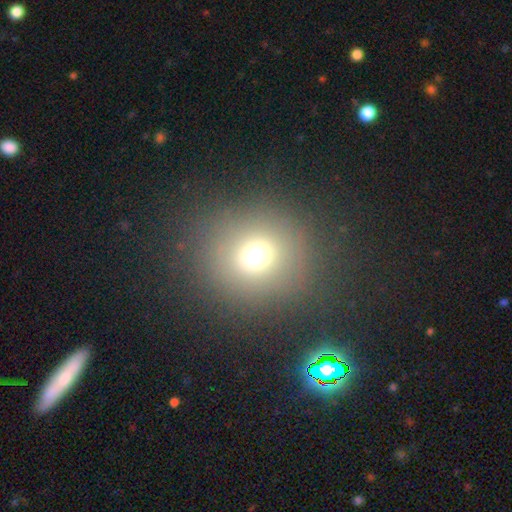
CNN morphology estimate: smooth 69%, star or artifact 21%, featured or disk 10%. Down the decision tree: how rounded — round (90%); merging — none (84%).